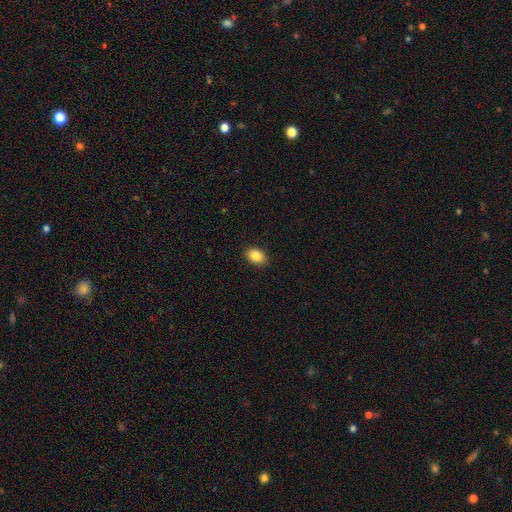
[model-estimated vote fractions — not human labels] Overall: smooth (87%). How rounded: in between (74%). Merging: none (89%).